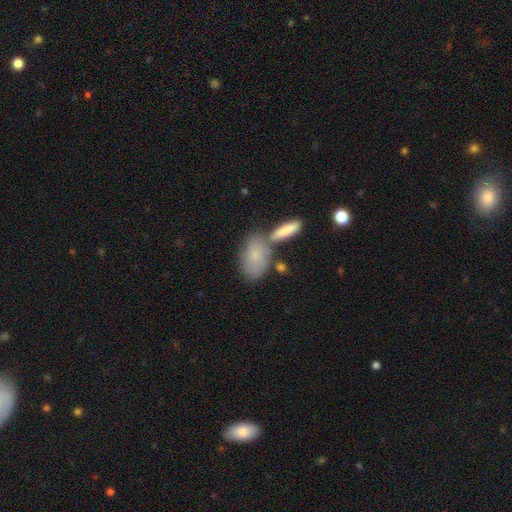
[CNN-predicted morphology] Overall: smooth (76%). How rounded: in between (87%). Merging: none (45%; merger 33%).